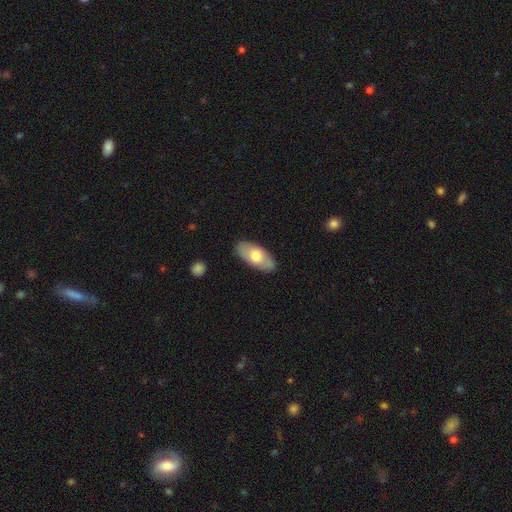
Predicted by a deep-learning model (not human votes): A smooth galaxy with no disk features (63%) that is in between round and cigar-shaped (90%).

Vote fractions:
- Smooth or featured? smooth: 63% / featured or disk: 32% / star or artifact: 5%
- How rounded? in between: 90% / cigar-shaped: 7% / round: 3%
- Merging? none: 84% / minor disturbance: 12% / major disturbance: 2% / merger: 1%